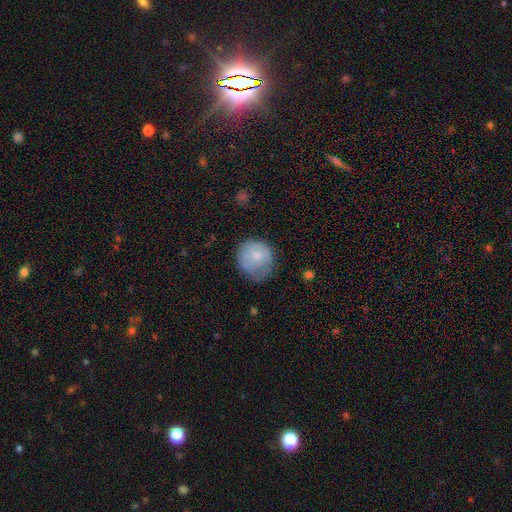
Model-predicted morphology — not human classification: A smooth galaxy with no disk features (70%) that is round (85%). Merging: none (56%).